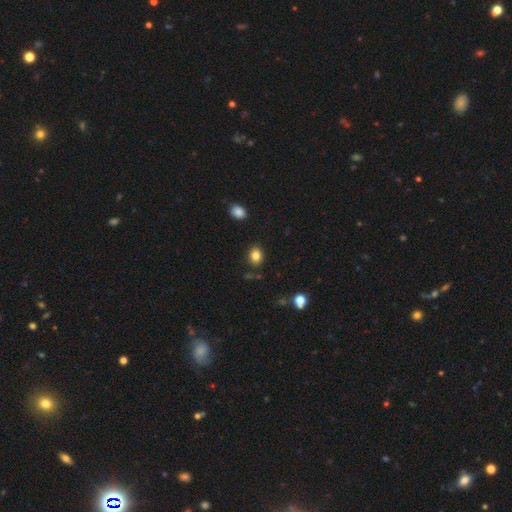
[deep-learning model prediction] Morphology: type=smooth (83%); roundness=in between (50%); merging=none (85%).